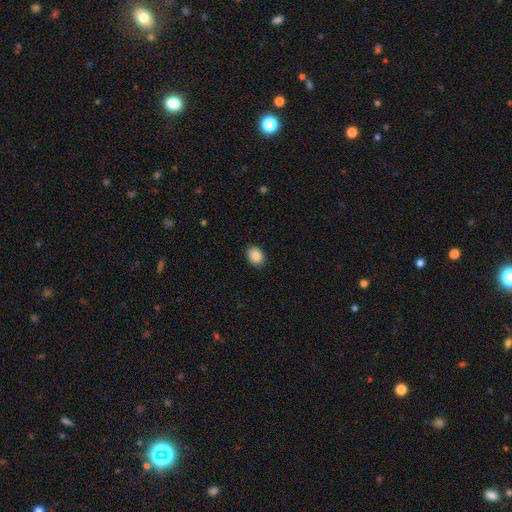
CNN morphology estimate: Smooth or featured: smooth — 89% (star or artifact — 8%)
How rounded: in between — 69% (round — 30%)
Merging: none — 86% (minor disturbance — 11%)